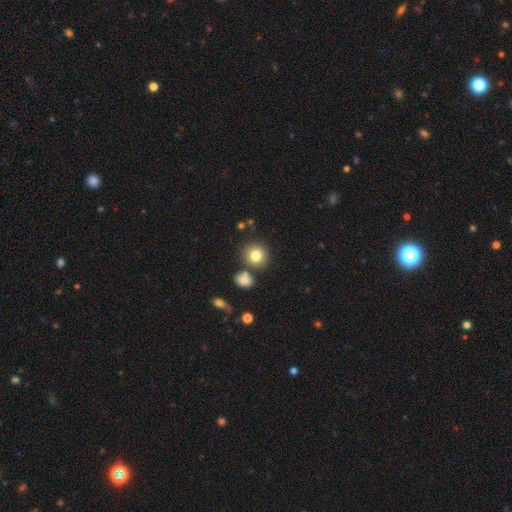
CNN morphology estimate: smooth-or-featured: smooth: 80% | star or artifact: 11% | featured or disk: 9%
  how-rounded: round: 87% | in between: 12% | cigar-shaped: 1%
  merging: none: 75% | merger: 13% | minor disturbance: 9% | major disturbance: 3%